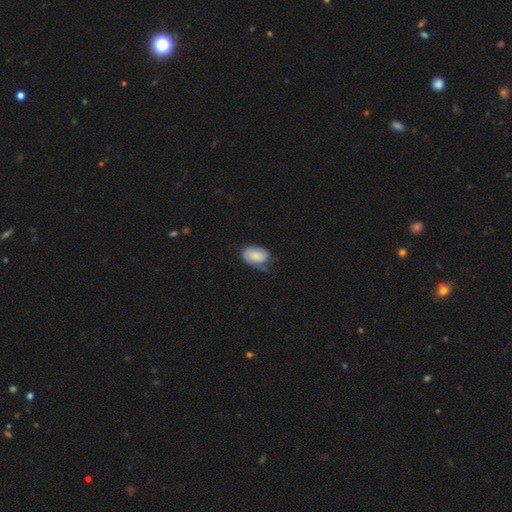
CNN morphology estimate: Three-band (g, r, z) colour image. It shows a smooth galaxy with no disk features (65%) that is in between round and cigar-shaped (87%). Merging: none (47%).